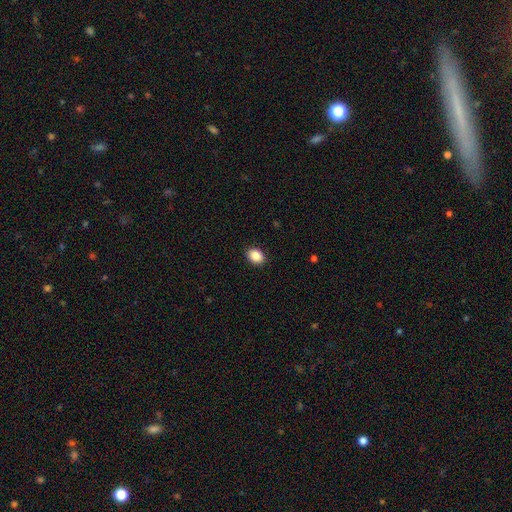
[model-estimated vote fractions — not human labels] The model was most divided on "how rounded": in between: 69%, round: 30%, cigar-shaped: 1%. More confident: merging — none (90%); smooth or featured — smooth (88%).